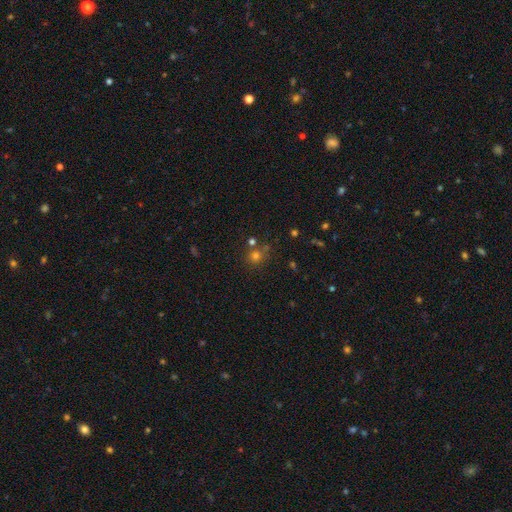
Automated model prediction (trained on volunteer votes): smooth 66%, star or artifact 25%, featured or disk 8%. Down the decision tree: how rounded — round (90%); merging — none (71%).